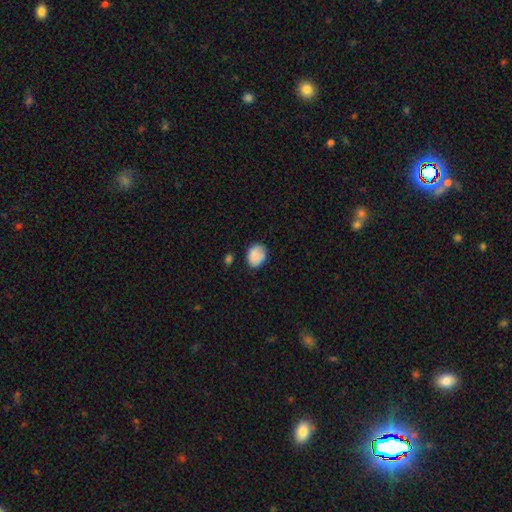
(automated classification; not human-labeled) Morphology: type=smooth (86%); roundness=round (51%); merging=none (75%).